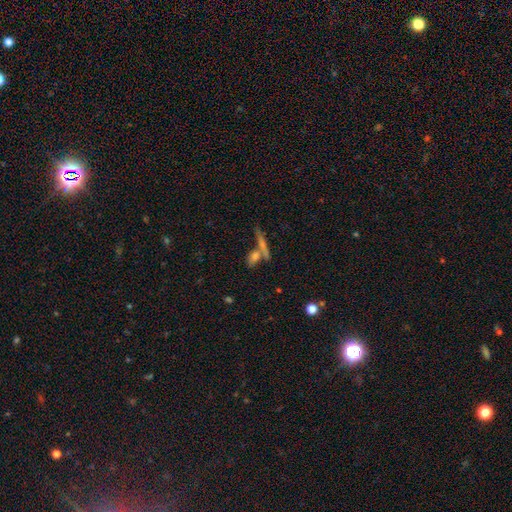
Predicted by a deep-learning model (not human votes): smooth-or-featured: smooth: 49% | featured or disk: 35% | star or artifact: 16%
  merging: none: 57% | merger: 29% | minor disturbance: 9% | major disturbance: 5%